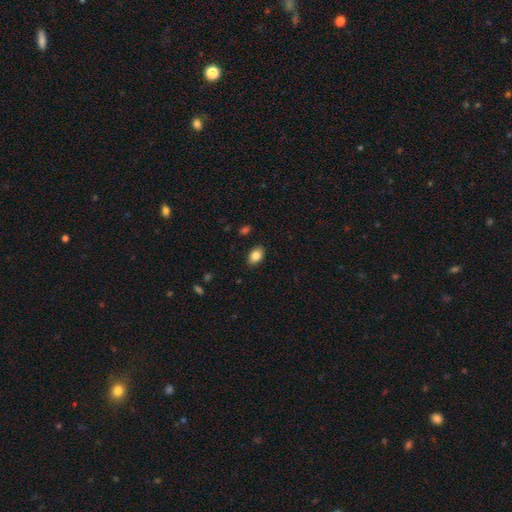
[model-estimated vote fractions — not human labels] A smooth galaxy with no disk features (84%) that is in between round and cigar-shaped (86%).

Vote fractions:
- Smooth or featured? smooth: 84% / star or artifact: 8% / featured or disk: 8%
- How rounded? in between: 86% / round: 12% / cigar-shaped: 1%
- Merging? none: 87% / minor disturbance: 10% / major disturbance: 2% / merger: 1%